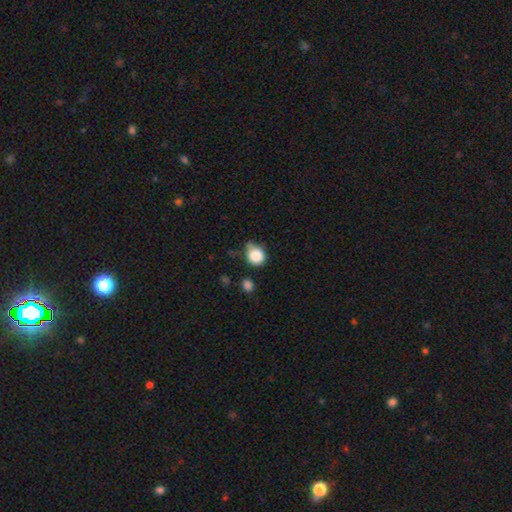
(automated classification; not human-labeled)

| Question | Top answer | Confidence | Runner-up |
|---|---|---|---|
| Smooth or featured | smooth | 85% | star or artifact (10%) |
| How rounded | round | 83% | in between (16%) |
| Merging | none | 56% | minor disturbance (28%) |